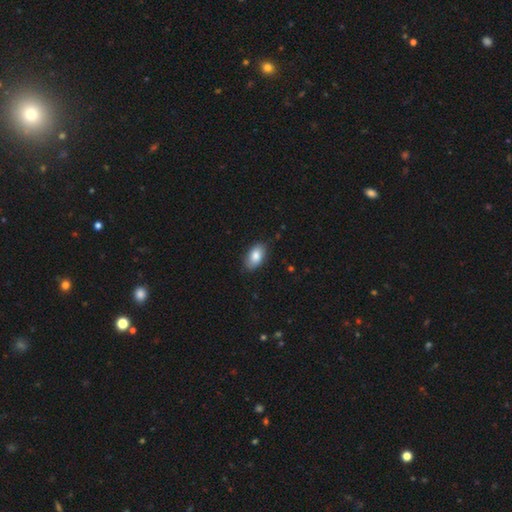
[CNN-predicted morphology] A smooth galaxy with no disk features (84%) that is in between round and cigar-shaped (93%).

Vote fractions:
- Smooth or featured? smooth: 84% / featured or disk: 9% / star or artifact: 7%
- How rounded? in between: 93% / round: 5% / cigar-shaped: 2%
- Merging? none: 85% / minor disturbance: 12% / major disturbance: 2% / merger: 1%